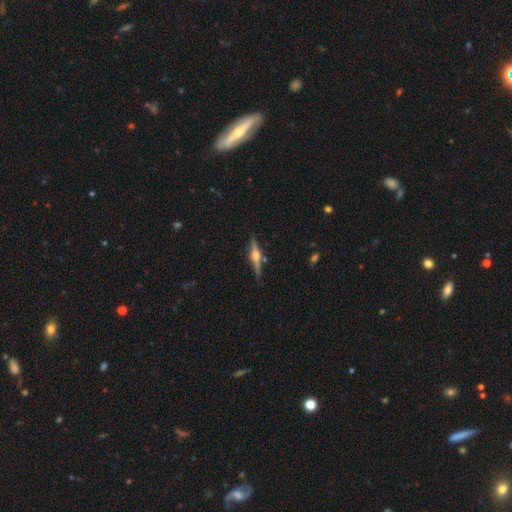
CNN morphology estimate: Q: Smooth or featured?
A: featured or disk (78%); runner-up: smooth (15%)
Q: Edge-on disk?
A: yes (98%); runner-up: no (2%)
Q: Edge-on bulge?
A: rounded (95%); runner-up: boxy (4%)
Q: Merging?
A: none (84%); runner-up: minor disturbance (11%)